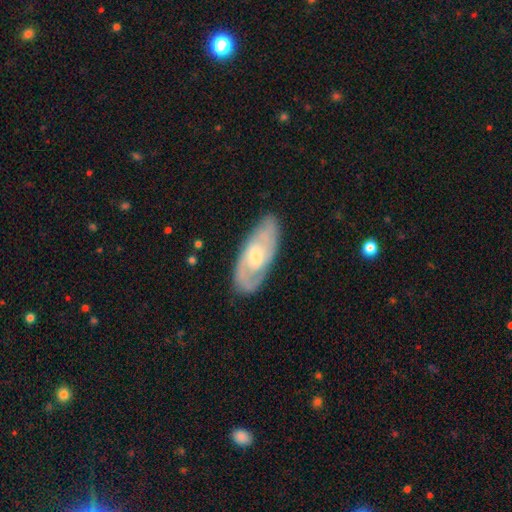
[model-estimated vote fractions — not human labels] Smooth or featured: featured or disk — 71% (smooth — 24%)
Edge-on disk: no — 88% (yes — 12%)
Bar: no — 53% (weak — 40%)
Spiral arms: yes — 85% (no — 15%)
Spiral winding: tight — 52% (medium — 37%)
Spiral arm count: 2 — 54% (can't tell — 31%)
Bulge size: moderate — 59% (small — 31%)
Merging: none — 79% (minor disturbance — 16%)